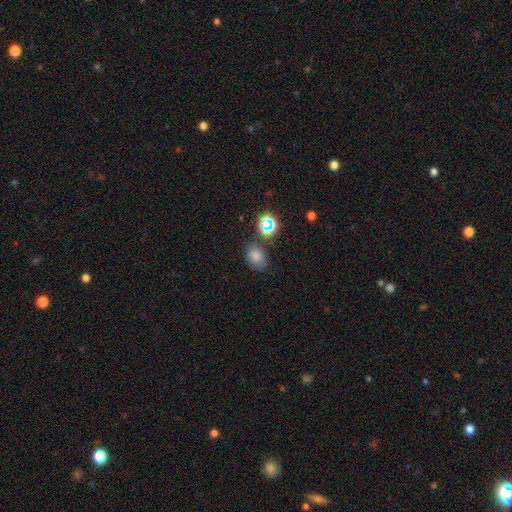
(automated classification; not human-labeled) smooth_or_featured: smooth (p=0.58) [alt: star or artifact p=0.30]
how_rounded: in between (p=0.55) [alt: round p=0.43]
merging: none (p=0.72) [alt: minor disturbance p=0.13]